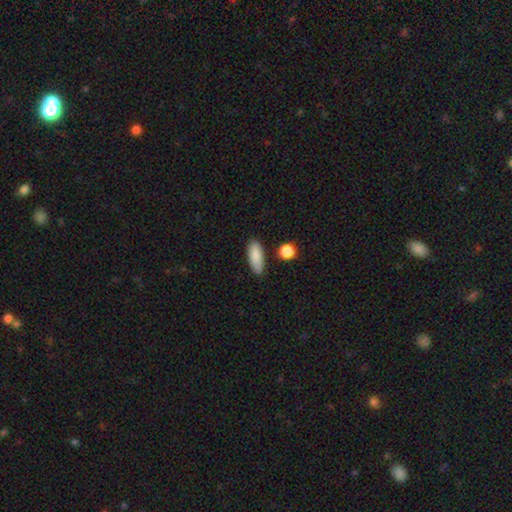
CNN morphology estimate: The model was most divided on "how rounded": in between: 72%, cigar-shaped: 25%, round: 3%. More confident: smooth or featured — smooth (86%); merging — none (81%).